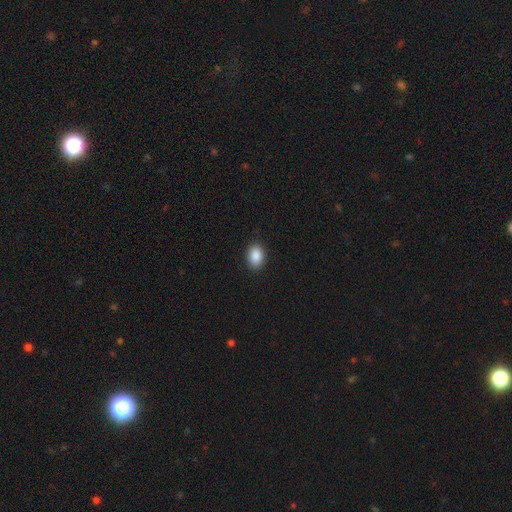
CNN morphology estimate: Smooth or featured? smooth (89%)
How rounded? in between (78%)
Merging? none (89%)